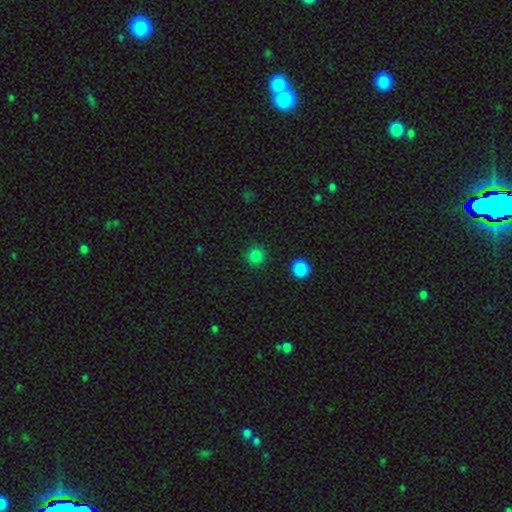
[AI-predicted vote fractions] This appears to be a smooth galaxy with no disk features (84%) that is round (94%). Merging: none (90%).